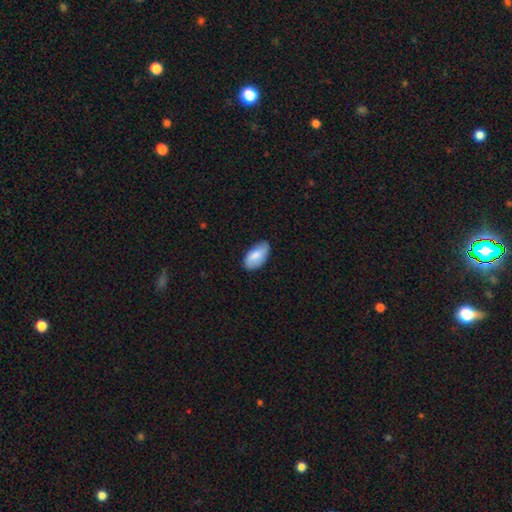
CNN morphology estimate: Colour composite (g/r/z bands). It shows a smooth galaxy with no disk features (75%) that is in between round and cigar-shaped (95%). Merging: none (69%).